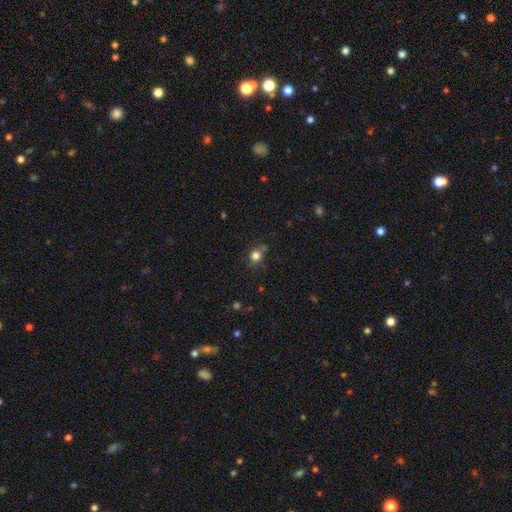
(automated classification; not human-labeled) Q: Smooth or featured?
A: smooth (79%); runner-up: star or artifact (14%)
Q: How rounded?
A: round (80%); runner-up: in between (19%)
Q: Merging?
A: none (69%); runner-up: minor disturbance (19%)